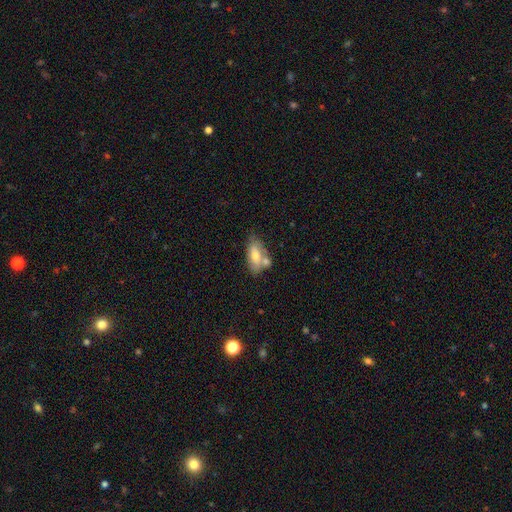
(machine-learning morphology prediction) A smooth galaxy with no disk features (62%) that is in between round and cigar-shaped (86%). Merging: none (49%).